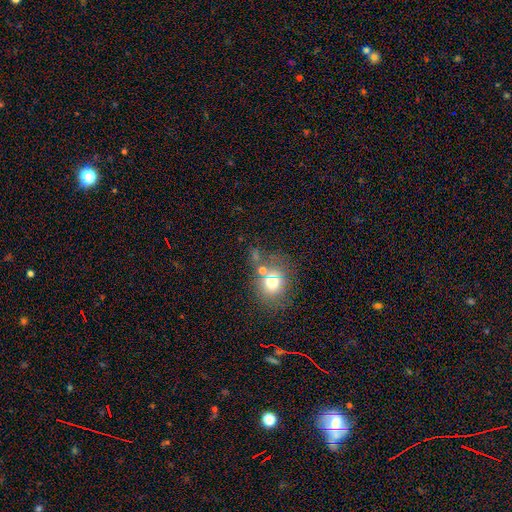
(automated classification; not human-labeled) Morphology: type=smooth (62%); roundness=round (69%); merging=none (58%).